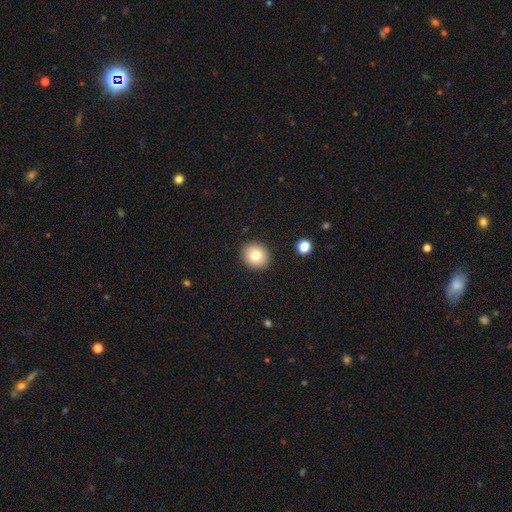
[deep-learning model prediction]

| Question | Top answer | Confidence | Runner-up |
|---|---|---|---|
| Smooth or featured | smooth | 78% | featured or disk (12%) |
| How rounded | round | 82% | in between (17%) |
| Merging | none | 91% | minor disturbance (6%) |